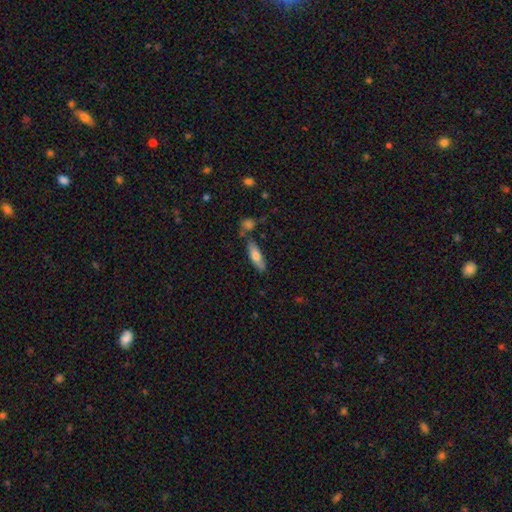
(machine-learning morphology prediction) A smooth galaxy with no disk features (71%) that is cigar-shaped (50%).

Vote fractions:
- Smooth or featured? smooth: 71% / featured or disk: 23% / star or artifact: 6%
- How rounded? cigar-shaped: 50% / in between: 48% / round: 2%
- Merging? none: 70% / minor disturbance: 16% / merger: 10% / major disturbance: 4%